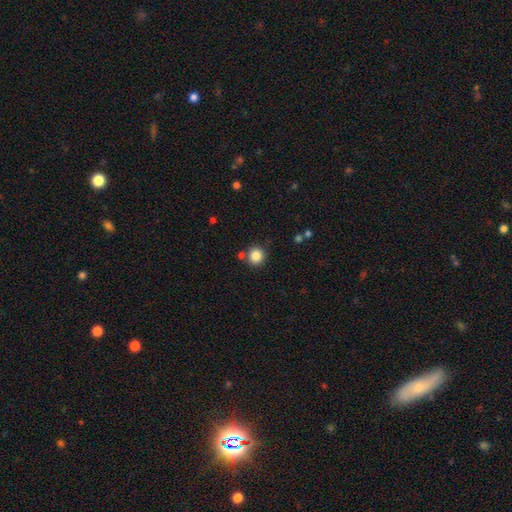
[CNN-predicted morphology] A smooth galaxy with no disk features (85%) that is round (93%).

Vote fractions:
- Smooth or featured? smooth: 85% / star or artifact: 11% / featured or disk: 5%
- How rounded? round: 93% / in between: 6% / cigar-shaped: 1%
- Merging? none: 82% / minor disturbance: 8% / merger: 7% / major disturbance: 3%